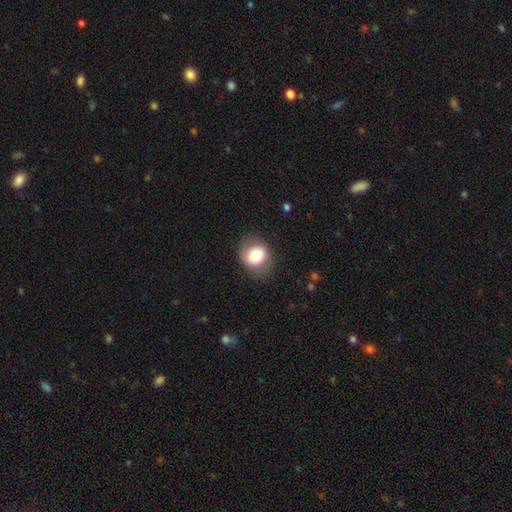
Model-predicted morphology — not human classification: smooth-or-featured: smooth: 75% | featured or disk: 17% | star or artifact: 8%
  how-rounded: round: 67% | in between: 32% | cigar-shaped: 1%
  merging: none: 73% | minor disturbance: 18% | major disturbance: 7% | merger: 1%